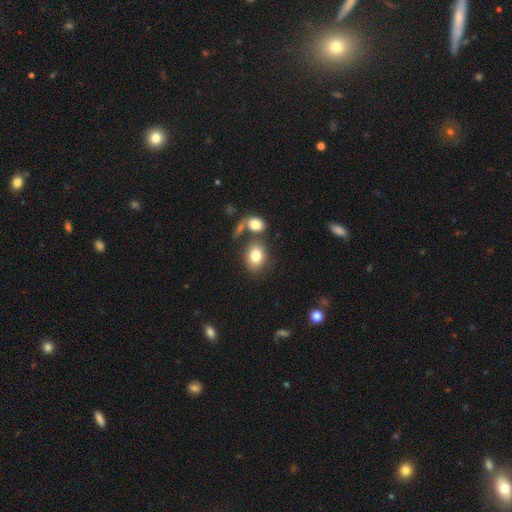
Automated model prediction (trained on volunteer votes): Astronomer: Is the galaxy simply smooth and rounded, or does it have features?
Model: smooth — 81%.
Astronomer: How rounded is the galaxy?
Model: in between — 62%.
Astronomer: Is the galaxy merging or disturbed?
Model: none — 60%.